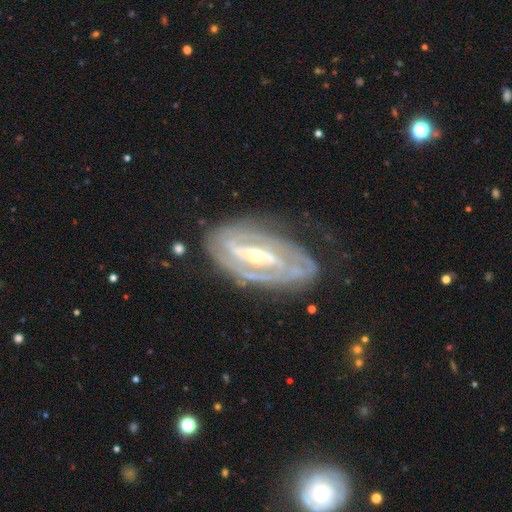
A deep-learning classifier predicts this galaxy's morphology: Smooth or featured? Predicted: featured or disk (p=0.89). Edge-on disk? Predicted: no (p=0.92). Bar? Predicted: strong (p=0.55). Spiral arms? Predicted: yes (p=0.93). Spiral winding? Predicted: tight (p=0.63). Spiral arm count? Predicted: 2 (p=0.53). Bulge size? Predicted: small (p=0.52). Merging? Predicted: none (p=0.70).